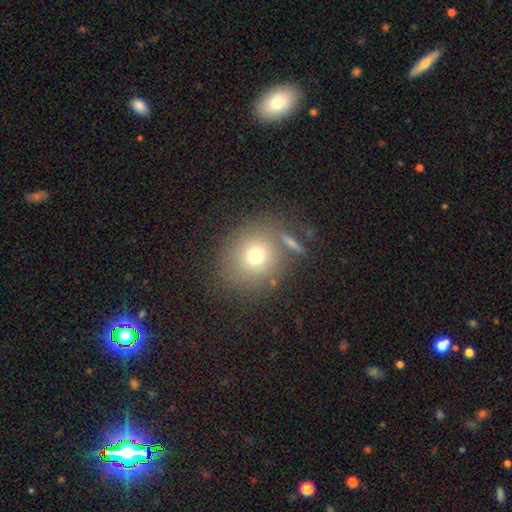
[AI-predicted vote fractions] This is likely a smooth galaxy (71%). How rounded: clearly round (86%). Merging: likely none (76%).